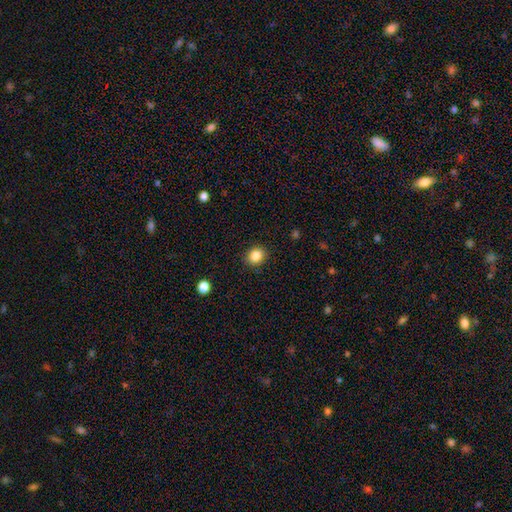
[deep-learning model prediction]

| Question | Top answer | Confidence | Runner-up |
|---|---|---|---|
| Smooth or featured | smooth | 85% | star or artifact (10%) |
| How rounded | round | 70% | in between (29%) |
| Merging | none | 89% | minor disturbance (7%) |